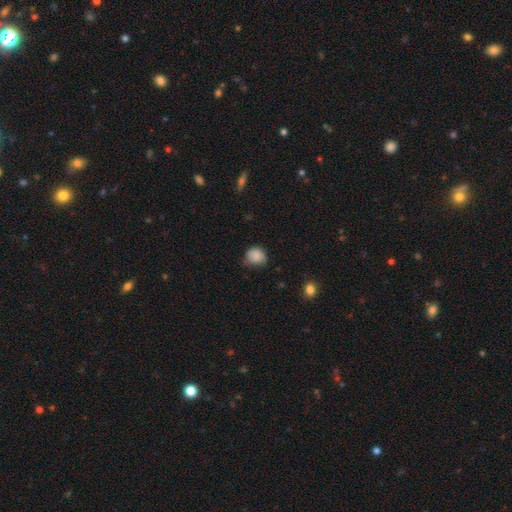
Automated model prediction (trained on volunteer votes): smooth_or_featured: smooth (p=0.82) [alt: featured or disk p=0.09]
how_rounded: round (p=0.72) [alt: in between p=0.27]
merging: none (p=0.53) [alt: minor disturbance p=0.37]